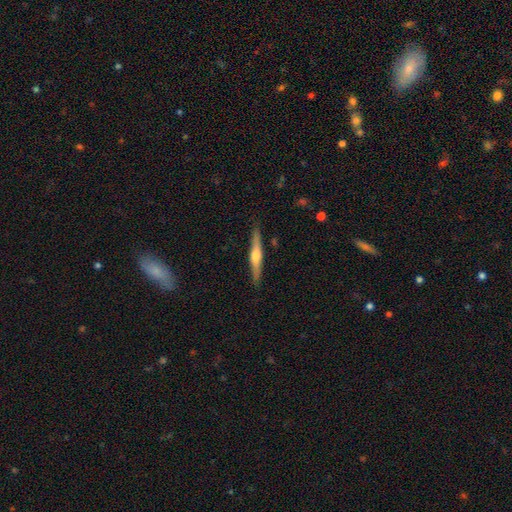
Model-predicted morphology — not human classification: This appears to be a featured or disk galaxy (58%) viewed edge-on (96%) with a rounded central bulge (84%). Merging: none (87%).